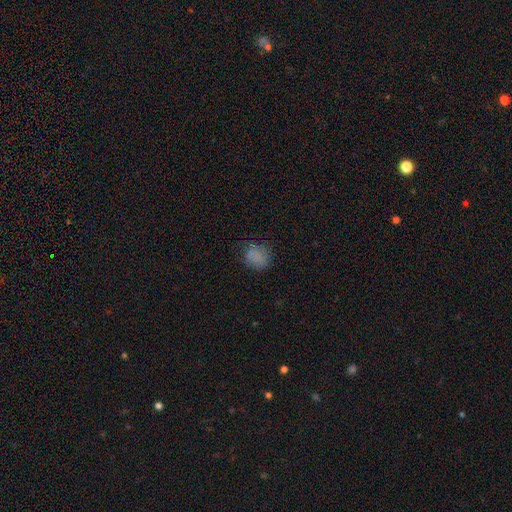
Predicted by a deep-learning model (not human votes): A smooth galaxy with no disk features (80%) that is round (71%). Merging: none (71%).